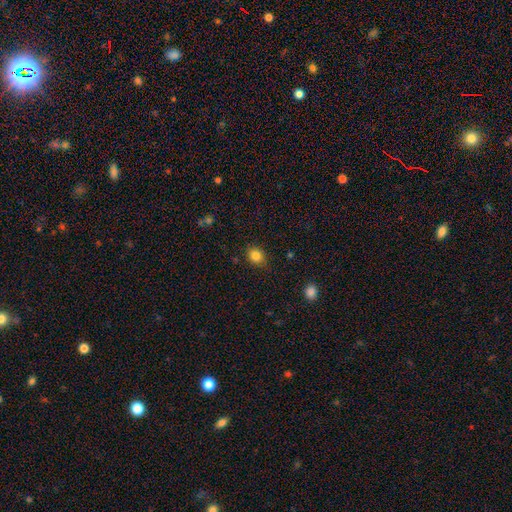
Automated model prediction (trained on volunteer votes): Smooth or featured? Predicted: smooth (p=0.83). How rounded? Predicted: round (p=0.60). Merging? Predicted: none (p=0.84).